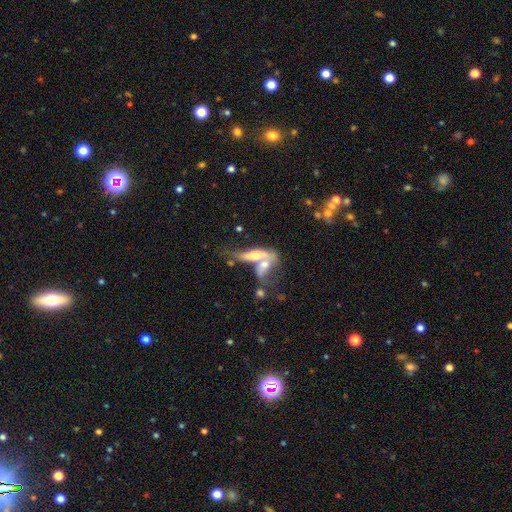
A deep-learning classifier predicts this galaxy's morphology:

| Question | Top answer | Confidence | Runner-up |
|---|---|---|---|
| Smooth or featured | featured or disk | 50% | smooth (43%) |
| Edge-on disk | no | 54% | yes (46%) |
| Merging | merger | 67% | none (17%) |